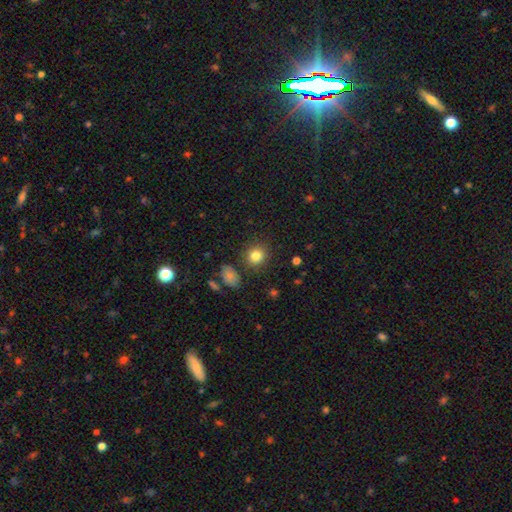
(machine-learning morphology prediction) A smooth galaxy with no disk features (83%) that is round (87%).

Vote fractions:
- Smooth or featured? smooth: 83% / star or artifact: 11% / featured or disk: 6%
- How rounded? round: 87% / in between: 12% / cigar-shaped: 1%
- Merging? none: 86% / minor disturbance: 8% / merger: 3% / major disturbance: 3%